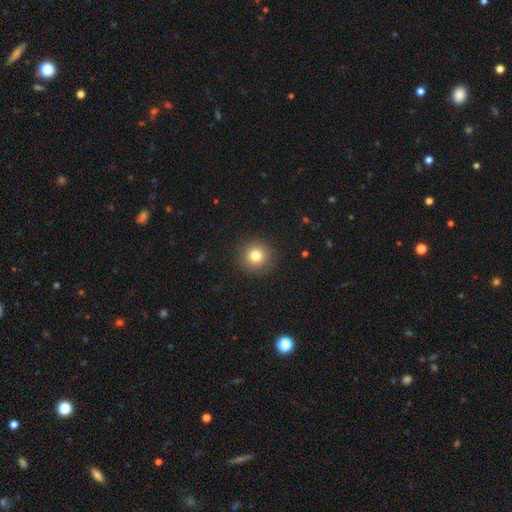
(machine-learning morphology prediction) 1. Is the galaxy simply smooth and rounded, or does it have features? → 80% smooth, 12% star or artifact, 8% featured or disk.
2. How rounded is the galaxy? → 94% round, 5% in between, 1% cigar-shaped.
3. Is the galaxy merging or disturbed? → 91% none, 6% minor disturbance, 2% major disturbance, 1% merger.